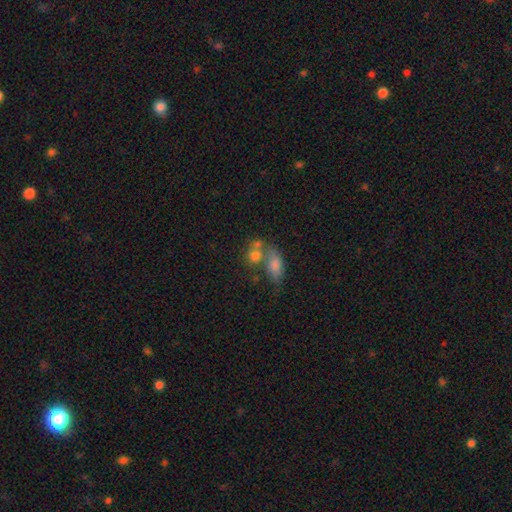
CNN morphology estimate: Smooth or featured?
  - smooth: 71% *
  - featured or disk: 16%
  - star or artifact: 13%
How rounded?
  - in between: 53% *
  - round: 43%
  - cigar-shaped: 5%
Merging?
  - merger: 46% *
  - none: 36%
  - minor disturbance: 11%
  - major disturbance: 7%